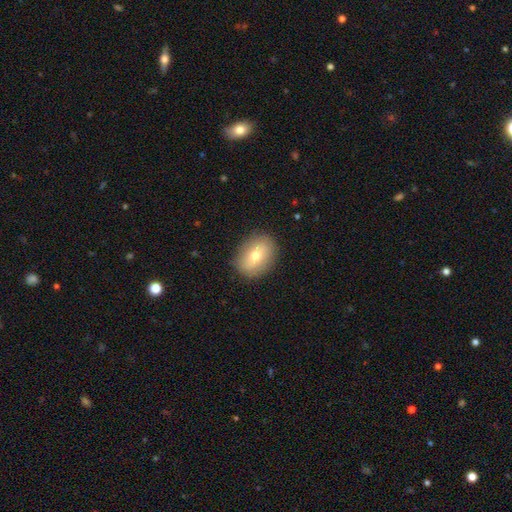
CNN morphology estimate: type=smooth (70%); roundness=in between (66%); merging=none (87%).